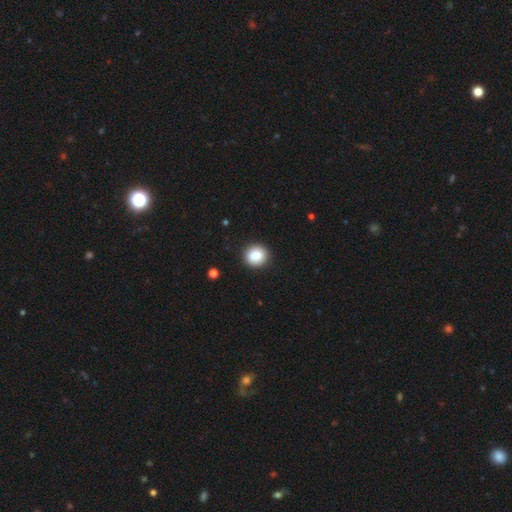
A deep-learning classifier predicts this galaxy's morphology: Smooth or featured?
  - smooth: 85% *
  - star or artifact: 9%
  - featured or disk: 7%
How rounded?
  - round: 86% *
  - in between: 13%
  - cigar-shaped: 1%
Merging?
  - none: 91% *
  - minor disturbance: 6%
  - major disturbance: 2%
  - merger: 1%